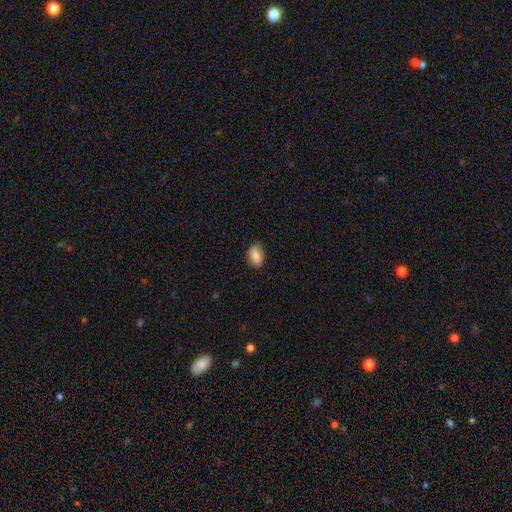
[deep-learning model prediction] Smooth or featured? Predicted: smooth (p=0.84). How rounded? Predicted: in between (p=0.87). Merging? Predicted: none (p=0.86).